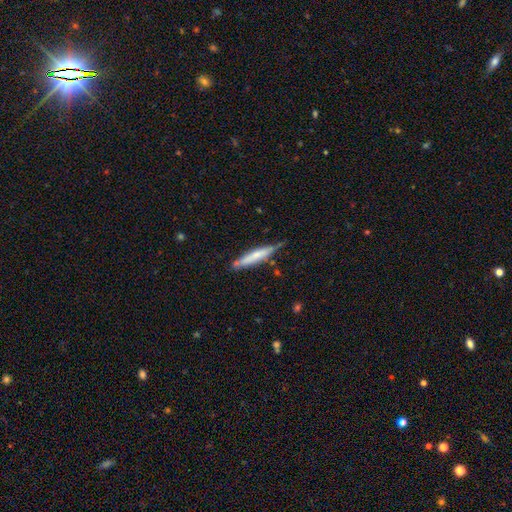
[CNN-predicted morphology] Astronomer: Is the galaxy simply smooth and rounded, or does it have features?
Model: smooth — 56% (runner-up: featured or disk, 38%).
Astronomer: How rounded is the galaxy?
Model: cigar-shaped — 91%.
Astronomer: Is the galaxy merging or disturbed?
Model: none — 72%.